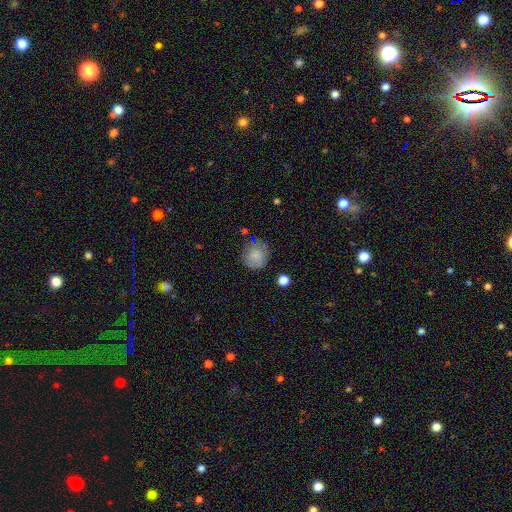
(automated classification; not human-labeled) Smooth or featured? Predicted: smooth (p=0.81). How rounded? Predicted: round (p=0.85). Merging? Predicted: none (p=0.72).